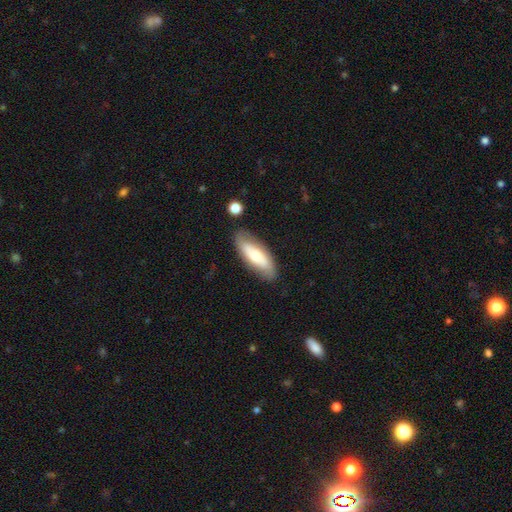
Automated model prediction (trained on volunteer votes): Q: Smooth or featured?
A: smooth (60%); runner-up: featured or disk (34%)
Q: How rounded?
A: in between (64%); runner-up: cigar-shaped (34%)
Q: Merging?
A: none (79%); runner-up: minor disturbance (14%)